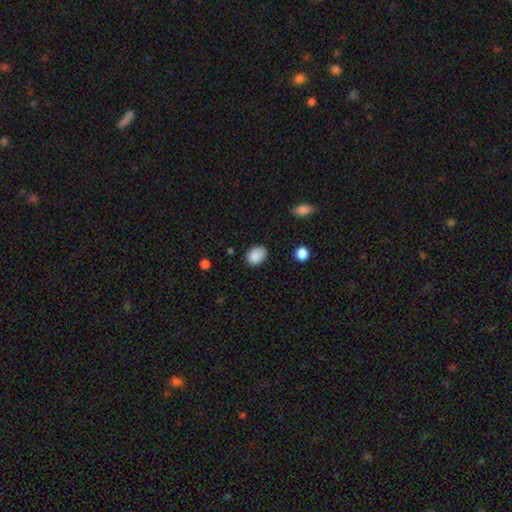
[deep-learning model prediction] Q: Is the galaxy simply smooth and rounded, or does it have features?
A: smooth — 88%.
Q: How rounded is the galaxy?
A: in between — 64%.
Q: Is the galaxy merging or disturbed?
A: none — 80%.